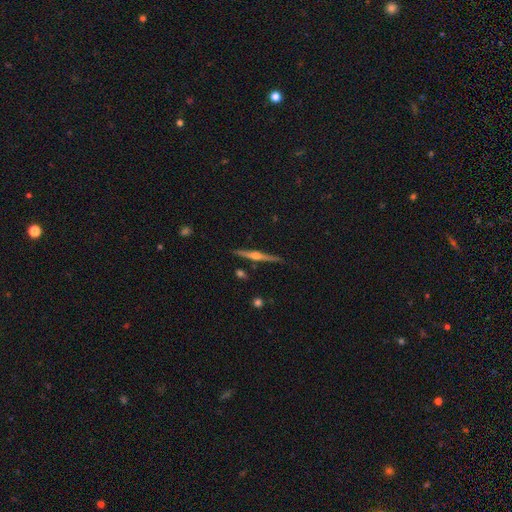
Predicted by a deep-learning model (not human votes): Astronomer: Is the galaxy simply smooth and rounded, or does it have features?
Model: featured or disk — 77%.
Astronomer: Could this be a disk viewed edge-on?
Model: yes — 98%.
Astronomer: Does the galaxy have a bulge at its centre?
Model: rounded — 92%.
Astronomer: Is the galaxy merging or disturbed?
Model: none — 87%.